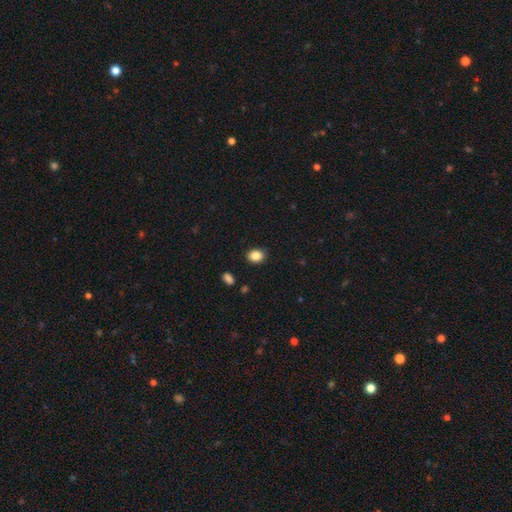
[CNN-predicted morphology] A smooth galaxy with no disk features (86%) that is in between round and cigar-shaped (54%).

Vote fractions:
- Smooth or featured? smooth: 86% / star or artifact: 9% / featured or disk: 5%
- How rounded? in between: 54% / round: 46% / cigar-shaped: 1%
- Merging? none: 88% / minor disturbance: 8% / major disturbance: 2% / merger: 1%